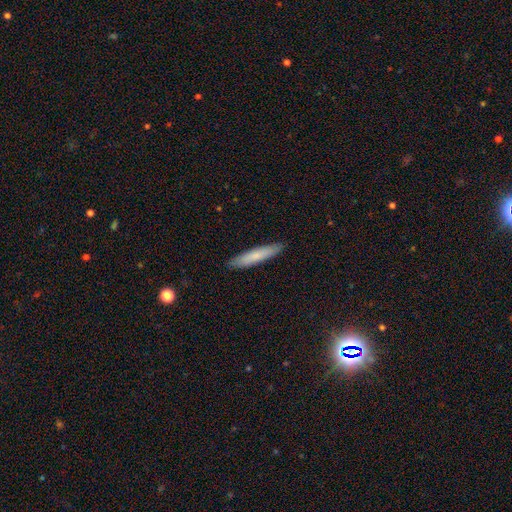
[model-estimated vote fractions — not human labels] Smooth or featured?
  - smooth: 75% *
  - featured or disk: 20%
  - star or artifact: 6%
How rounded?
  - cigar-shaped: 90% *
  - in between: 9%
  - round: 1%
Merging?
  - none: 89% *
  - minor disturbance: 8%
  - major disturbance: 1%
  - merger: 1%